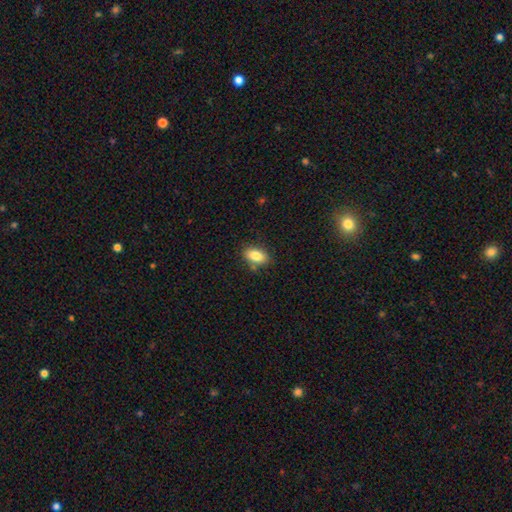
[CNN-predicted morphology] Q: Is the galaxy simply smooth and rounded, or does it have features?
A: smooth — 85%.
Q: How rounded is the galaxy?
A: in between — 90%.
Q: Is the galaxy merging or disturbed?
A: none — 80%.